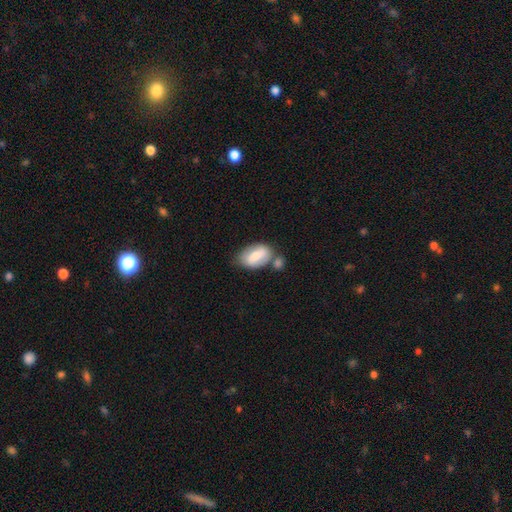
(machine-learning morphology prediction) This is likely a smooth galaxy (66%). How rounded: clearly in between (90%). Merging: marginally none (44%).